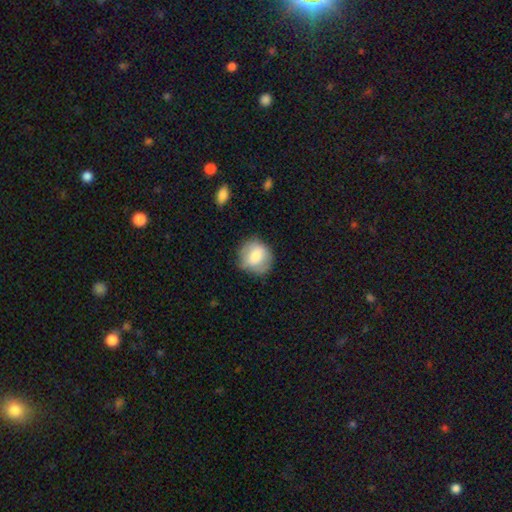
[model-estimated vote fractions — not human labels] Smooth or featured? smooth (72%)
How rounded? round (82%)
Merging? none (70%)